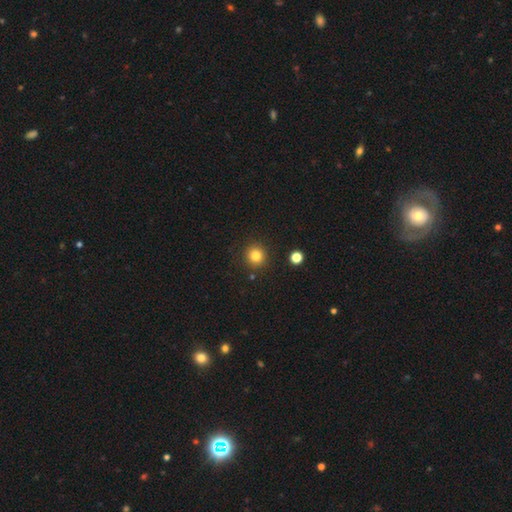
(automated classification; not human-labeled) A smooth galaxy with no disk features (82%) that is round (93%). Merging: none (90%).